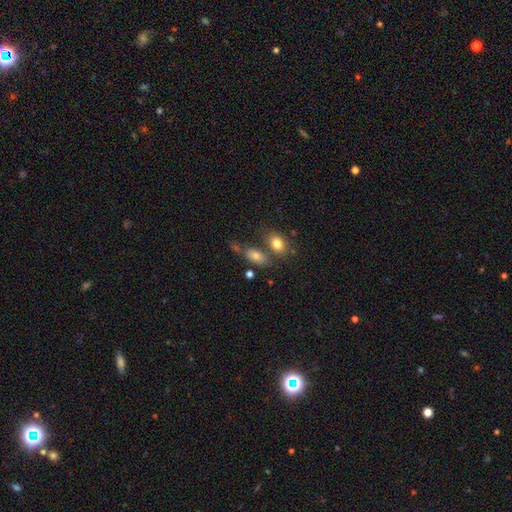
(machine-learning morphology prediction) Smooth or featured? smooth (75%)
How rounded? in between (85%)
Merging? none (55%)